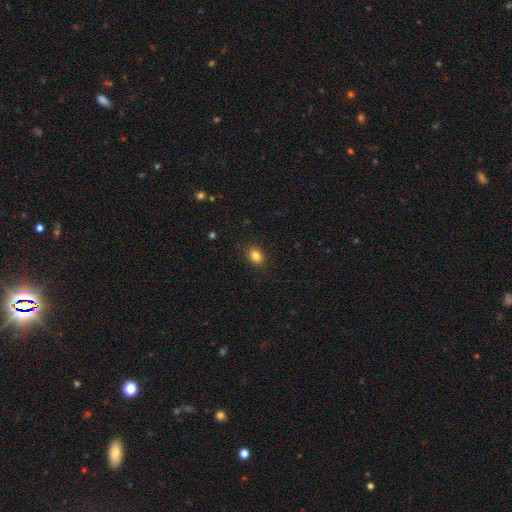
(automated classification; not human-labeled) A smooth galaxy with no disk features (83%) that is in between round and cigar-shaped (64%). Merging: none (88%).